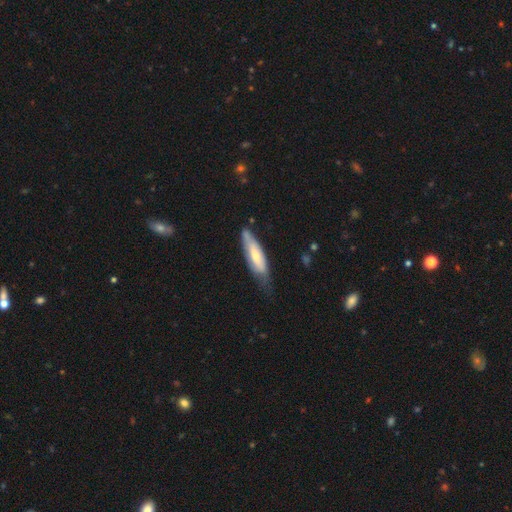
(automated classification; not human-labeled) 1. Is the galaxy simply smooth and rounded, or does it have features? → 51% smooth, 44% featured or disk, 5% star or artifact.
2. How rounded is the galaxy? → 55% cigar-shaped, 44% in between, 1% round.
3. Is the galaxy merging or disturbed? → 50% none, 34% minor disturbance, 12% major disturbance, 3% merger.